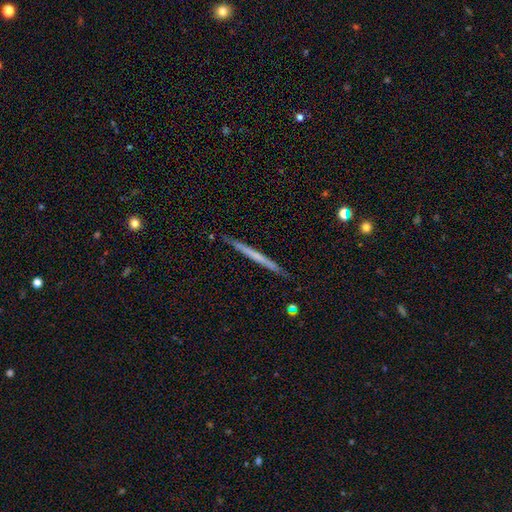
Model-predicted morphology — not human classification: Q: Smooth or featured?
A: featured or disk (52%); runner-up: smooth (43%)
Q: Edge-on disk?
A: yes (97%); runner-up: no (3%)
Q: Edge-on bulge?
A: none (88%); runner-up: rounded (8%)
Q: Merging?
A: none (90%); runner-up: minor disturbance (8%)